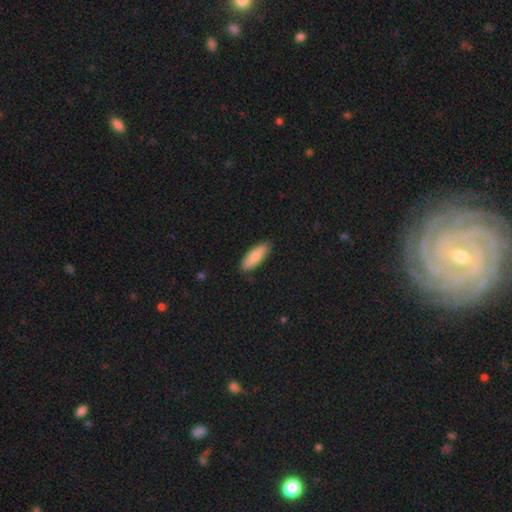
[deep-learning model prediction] Morphology: type=smooth (82%); roundness=in between (61%); merging=none (88%).